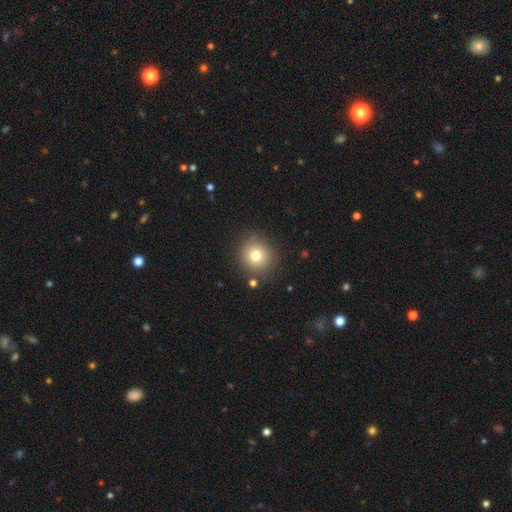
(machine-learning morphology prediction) This is likely a smooth galaxy (76%). How rounded: clearly round (90%). Merging: clearly none (86%).